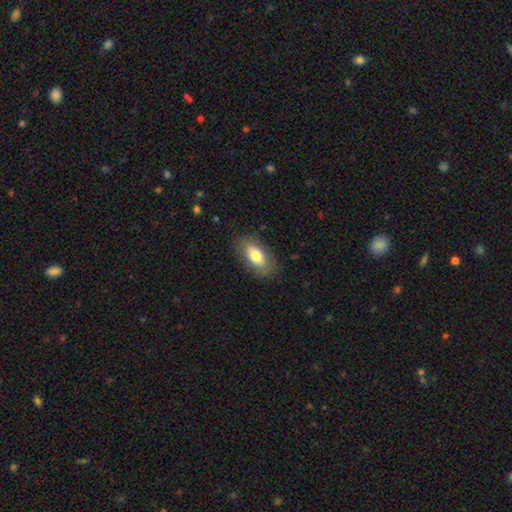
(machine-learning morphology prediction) Overall: smooth (73%). How rounded: in between (91%). Merging: none (83%).